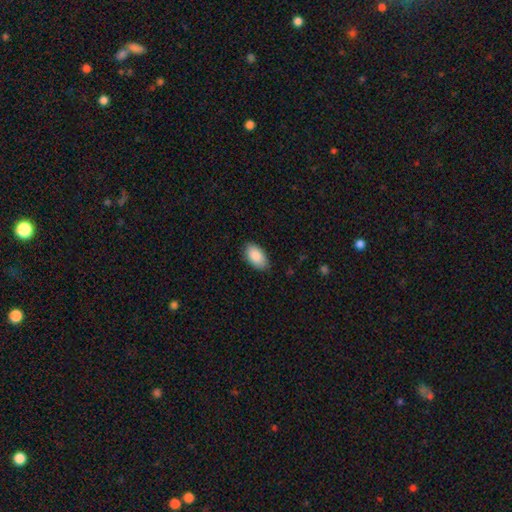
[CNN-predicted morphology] type=smooth (88%); roundness=in between (95%); merging=none (83%).